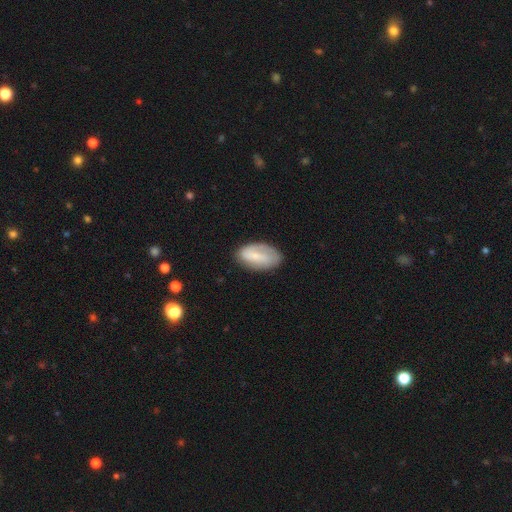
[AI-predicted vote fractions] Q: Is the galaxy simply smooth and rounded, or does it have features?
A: featured or disk — 48%.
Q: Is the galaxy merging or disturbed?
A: none — 74%.